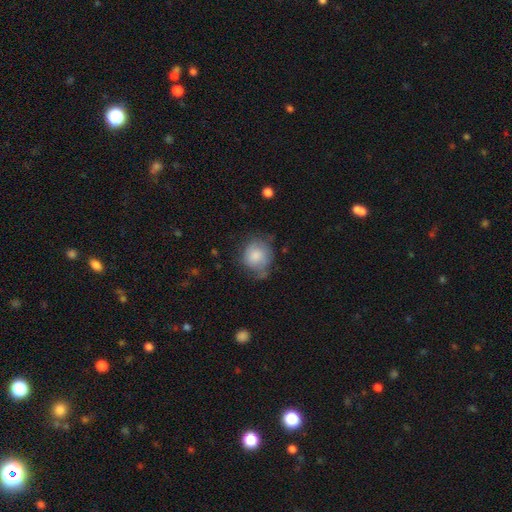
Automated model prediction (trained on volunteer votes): Q: Smooth or featured?
A: smooth (76%); runner-up: featured or disk (17%)
Q: How rounded?
A: round (76%); runner-up: in between (23%)
Q: Merging?
A: none (48%); runner-up: minor disturbance (35%)